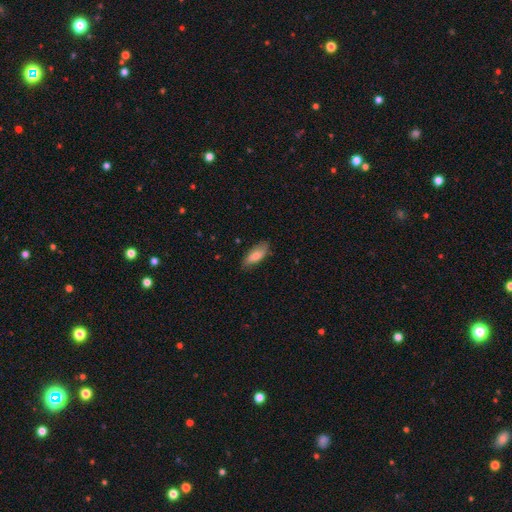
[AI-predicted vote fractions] This is likely a smooth galaxy (74%). How rounded: likely in between (74%). Merging: likely none (78%).